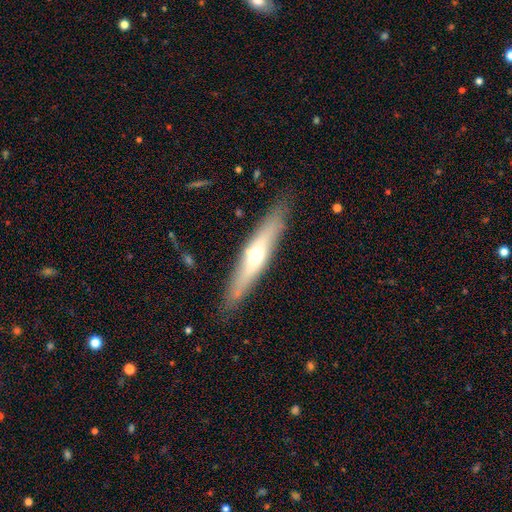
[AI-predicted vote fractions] This appears to be a featured or disk galaxy (53%) viewed edge-on (81%). Merging: none (85%).